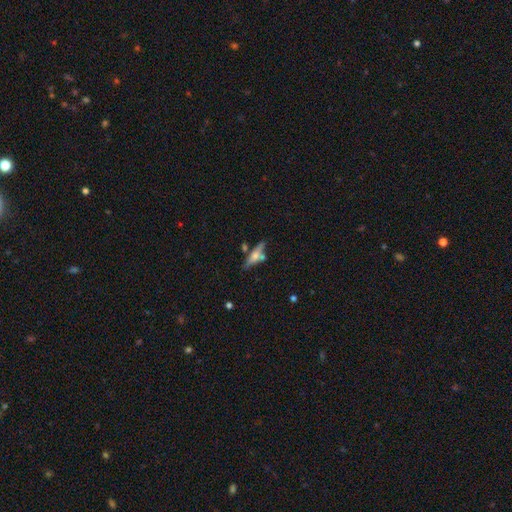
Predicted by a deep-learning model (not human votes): Overall: featured or disk (48%; smooth 44%). Merging: none (63%).